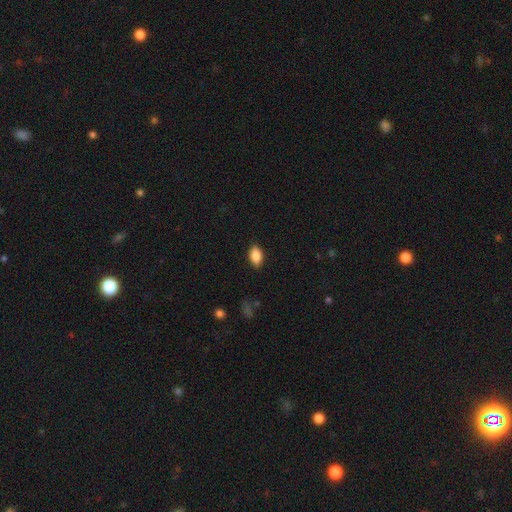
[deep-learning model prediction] Morphology: type=smooth (86%); roundness=in between (90%); merging=none (86%).